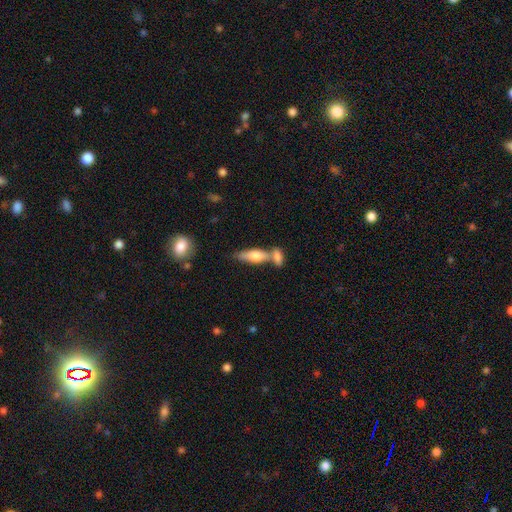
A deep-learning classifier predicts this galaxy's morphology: Q: Smooth or featured?
A: smooth (64%); runner-up: featured or disk (30%)
Q: How rounded?
A: in between (58%); runner-up: cigar-shaped (39%)
Q: Merging?
A: merger (43%); runner-up: none (42%)